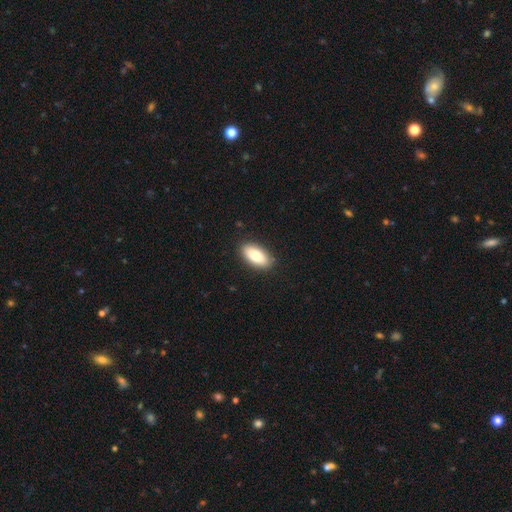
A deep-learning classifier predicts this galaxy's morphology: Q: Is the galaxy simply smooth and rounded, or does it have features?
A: smooth — 80%.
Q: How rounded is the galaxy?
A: in between — 90%.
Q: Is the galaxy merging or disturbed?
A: none — 89%.